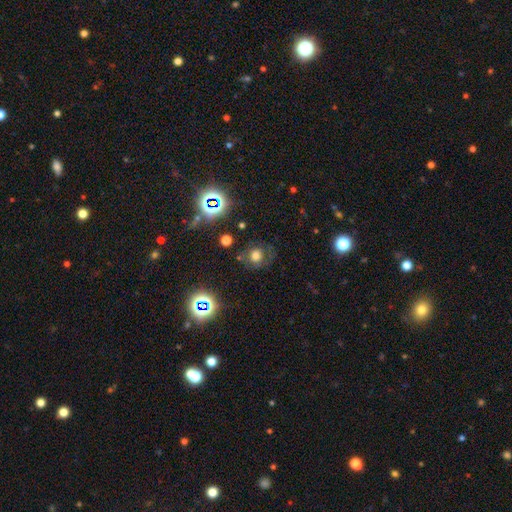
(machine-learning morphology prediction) smooth_or_featured: smooth (p=0.59) [alt: star or artifact p=0.25]
how_rounded: round (p=0.83) [alt: in between p=0.16]
merging: none (p=0.69) [alt: minor disturbance p=0.17]